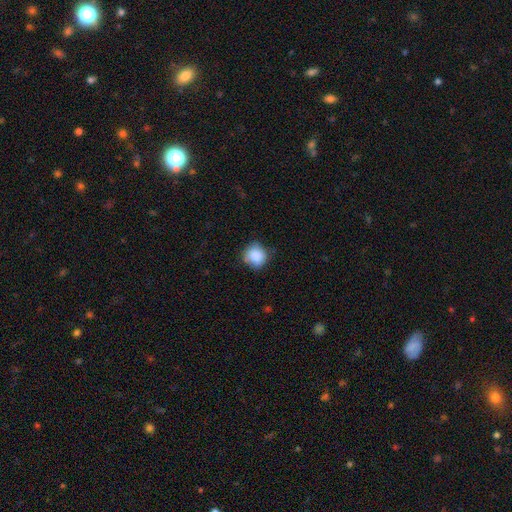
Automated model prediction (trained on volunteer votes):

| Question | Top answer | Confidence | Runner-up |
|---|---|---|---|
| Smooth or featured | smooth | 85% | star or artifact (8%) |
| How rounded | round | 88% | in between (11%) |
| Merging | none | 73% | minor disturbance (22%) |